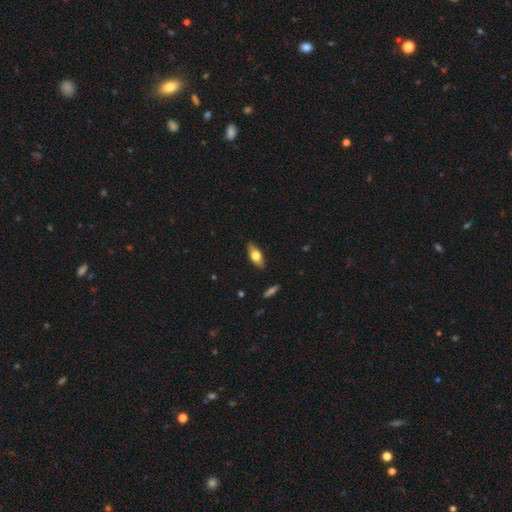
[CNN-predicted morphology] Q: Smooth or featured?
A: smooth (61%); runner-up: featured or disk (33%)
Q: How rounded?
A: in between (78%); runner-up: cigar-shaped (18%)
Q: Merging?
A: none (83%); runner-up: minor disturbance (13%)